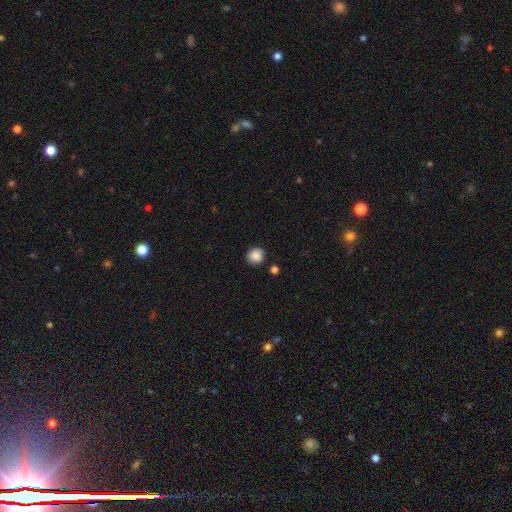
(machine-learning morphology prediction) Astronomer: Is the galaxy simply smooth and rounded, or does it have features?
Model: smooth — 87%.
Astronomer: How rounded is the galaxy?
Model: round — 91%.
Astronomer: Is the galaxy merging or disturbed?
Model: none — 89%.